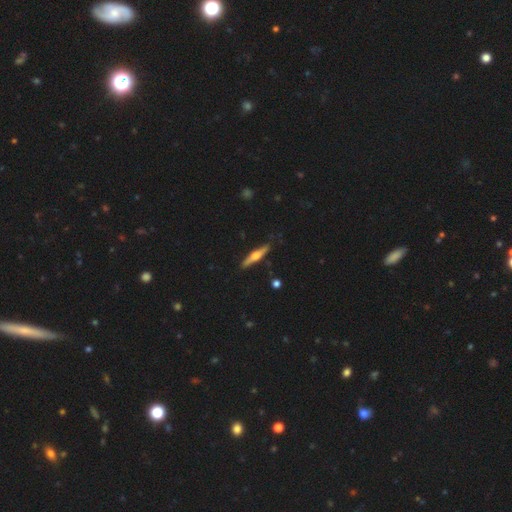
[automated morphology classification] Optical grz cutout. It shows a featured or disk galaxy (64%) viewed edge-on (97%) with a rounded central bulge (93%). Merging: none (88%).